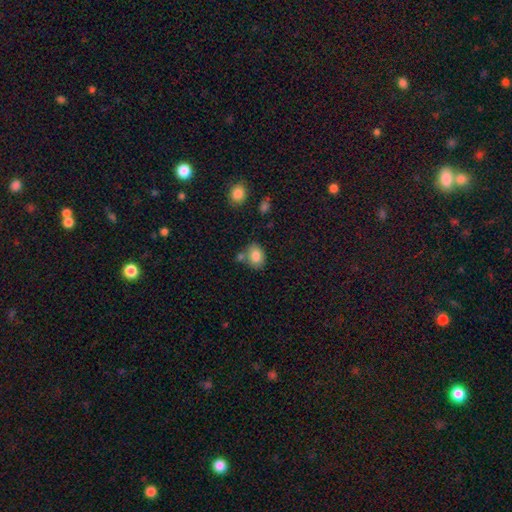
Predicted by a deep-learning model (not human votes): The model was most divided on "how rounded": in between: 55%, round: 44%, cigar-shaped: 1%. More confident: smooth or featured — smooth (82%); merging — none (64%).